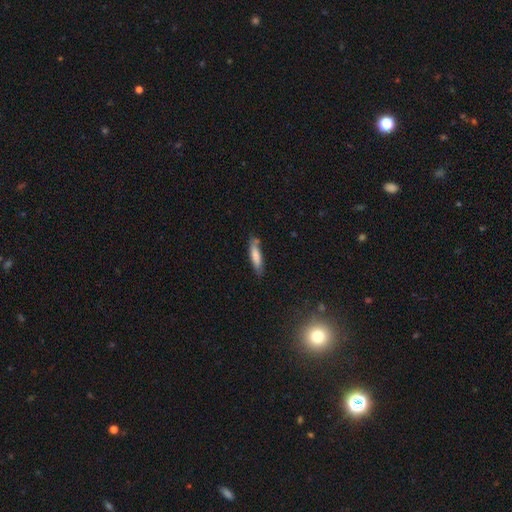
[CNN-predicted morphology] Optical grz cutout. It shows a smooth galaxy with no disk features (76%) that is cigar-shaped (77%). Merging: none (72%).